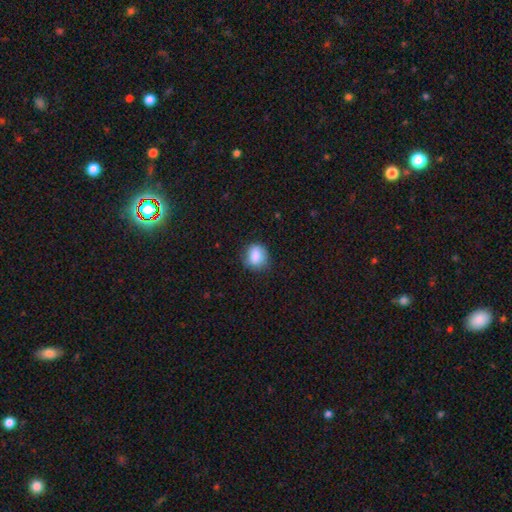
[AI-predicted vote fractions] Smooth or featured? Predicted: smooth (p=0.86). How rounded? Predicted: round (p=0.64). Merging? Predicted: none (p=0.73).